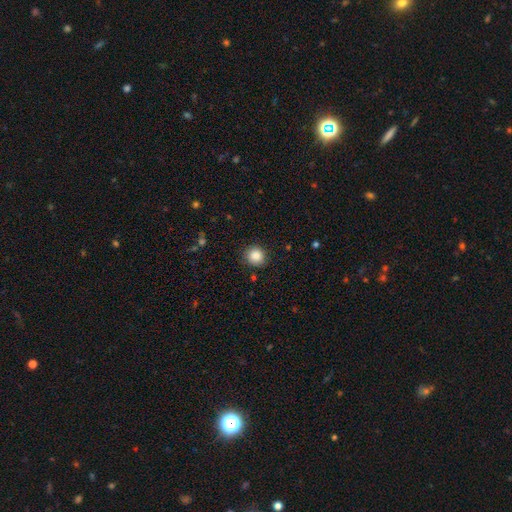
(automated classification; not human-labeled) The model was most divided on "how rounded": round: 88%, in between: 11%, cigar-shaped: 1%. More confident: merging — none (87%); smooth or featured — smooth (86%).